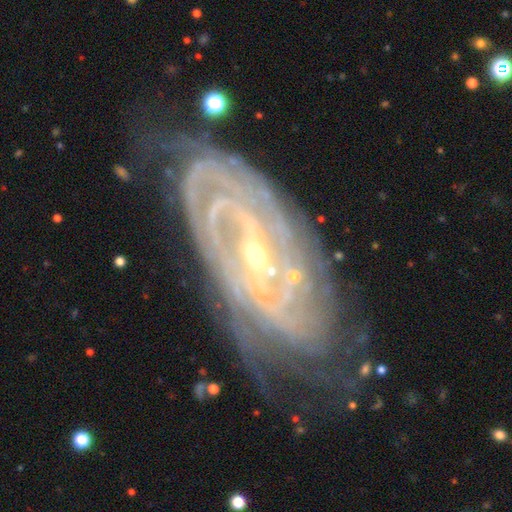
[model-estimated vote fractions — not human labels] Morphology: type=featured or disk (89%); edge-on=no (92%); bar=weak (38%); spiral arms=yes (97%); winding=tight (79%); arm count=can't tell (31%); bulge=small (71%); merging=none (72%).